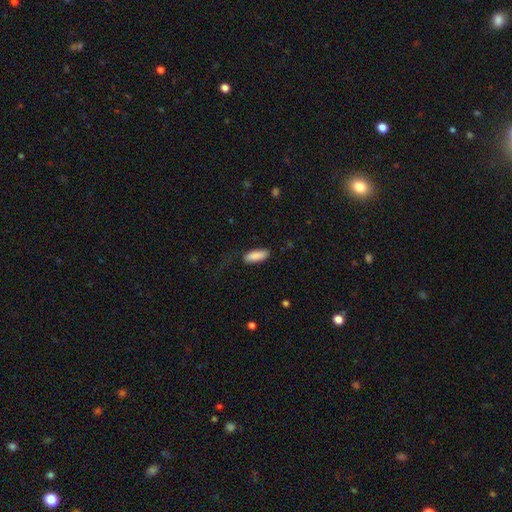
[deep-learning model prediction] This appears to be a smooth galaxy with no disk features (89%) that is in between round and cigar-shaped (73%). Merging: none (75%).